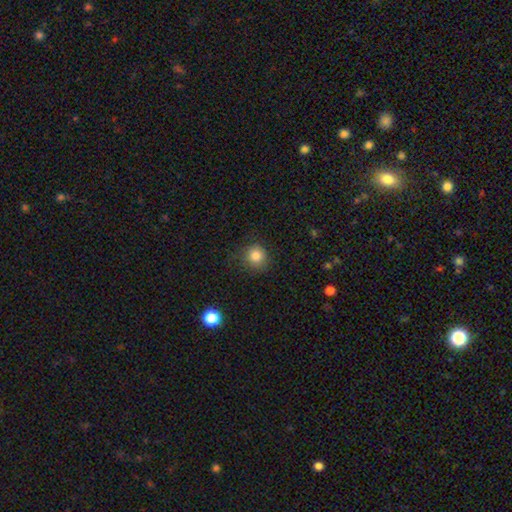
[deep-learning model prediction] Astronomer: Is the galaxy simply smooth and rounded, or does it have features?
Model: smooth — 83%.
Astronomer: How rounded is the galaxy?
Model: round — 91%.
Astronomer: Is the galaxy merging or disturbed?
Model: none — 82%.